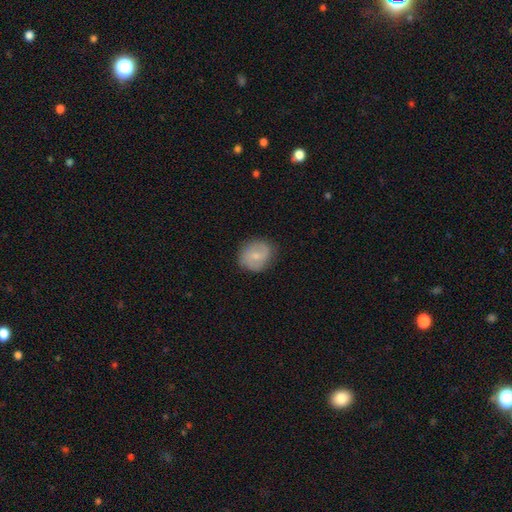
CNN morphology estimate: Smooth or featured? smooth (53%)
How rounded? round (69%)
Merging? none (81%)